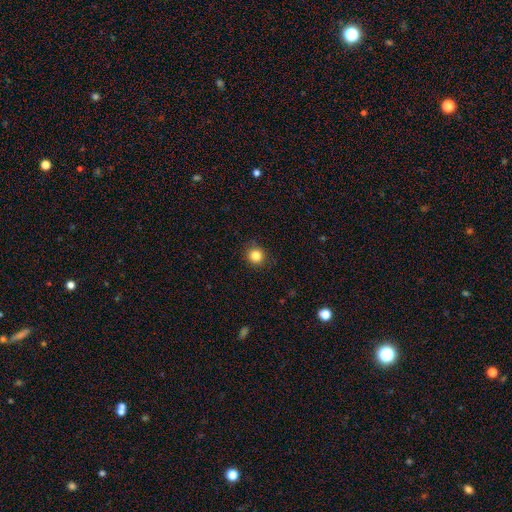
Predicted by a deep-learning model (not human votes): Smooth or featured?
  - smooth: 84% *
  - star or artifact: 12%
  - featured or disk: 5%
How rounded?
  - round: 91% *
  - in between: 8%
  - cigar-shaped: 1%
Merging?
  - none: 89% *
  - minor disturbance: 8%
  - major disturbance: 2%
  - merger: 1%